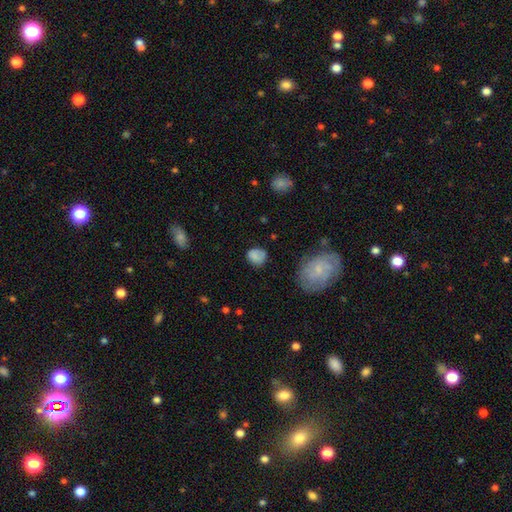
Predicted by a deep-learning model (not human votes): Smooth or featured: smooth — 77% (featured or disk — 13%)
How rounded: round — 66% (in between — 33%)
Merging: none — 66% (minor disturbance — 23%)